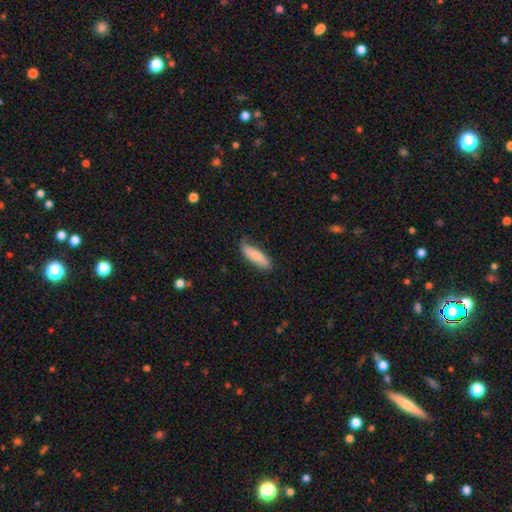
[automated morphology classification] This is likely a smooth galaxy (76%). How rounded: possibly cigar-shaped (52%). Merging: likely none (77%).